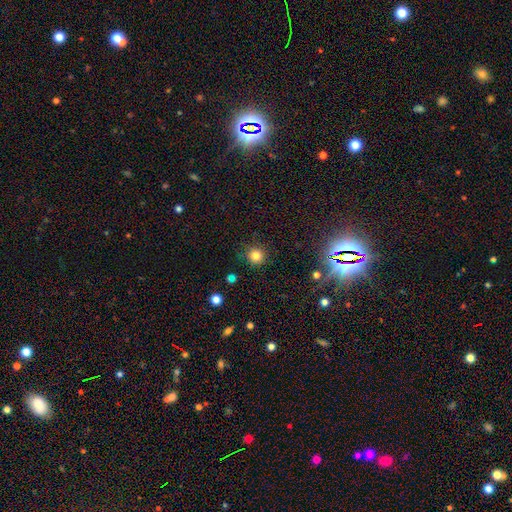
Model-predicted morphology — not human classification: Smooth or featured: smooth — 82% (star or artifact — 13%)
How rounded: round — 94% (in between — 5%)
Merging: none — 89% (minor disturbance — 7%)